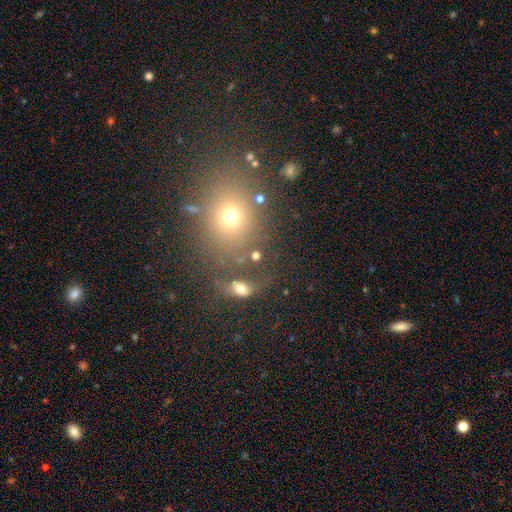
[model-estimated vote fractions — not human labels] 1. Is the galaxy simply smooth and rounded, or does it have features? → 67% smooth, 21% star or artifact, 12% featured or disk.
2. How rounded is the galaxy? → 59% round, 38% in between, 3% cigar-shaped.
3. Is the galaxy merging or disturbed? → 56% none, 19% merger, 13% minor disturbance, 12% major disturbance.